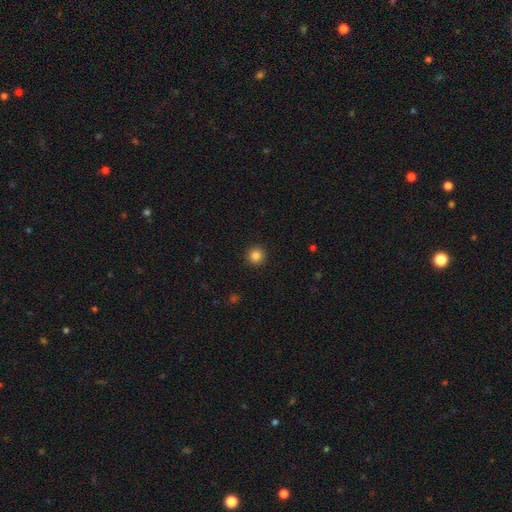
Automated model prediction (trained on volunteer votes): A smooth galaxy with no disk features (85%) that is round (95%). Merging: none (93%).